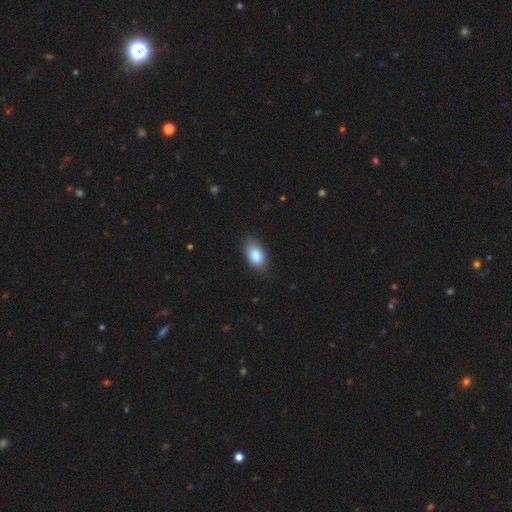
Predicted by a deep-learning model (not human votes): smooth 84%, featured or disk 8%, star or artifact 8%. Down the decision tree: how rounded — in between (89%); merging — none (81%).